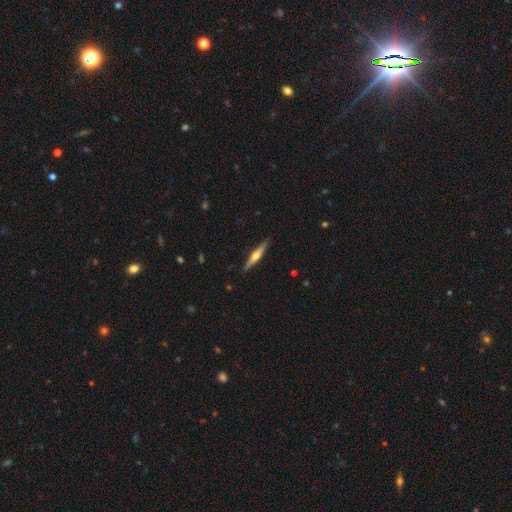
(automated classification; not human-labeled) Morphology: type=featured or disk (69%); edge-on=yes (97%); edge-on bulge=rounded (91%); merging=none (90%).